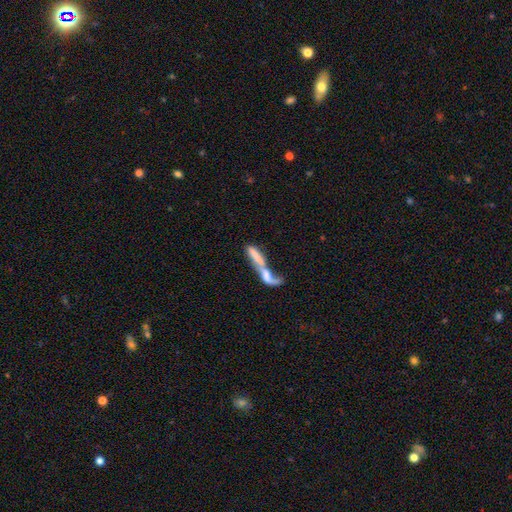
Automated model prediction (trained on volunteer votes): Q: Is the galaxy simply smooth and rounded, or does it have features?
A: smooth — 52%.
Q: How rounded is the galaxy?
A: cigar-shaped — 69%.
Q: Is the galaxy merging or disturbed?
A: merger — 71%.